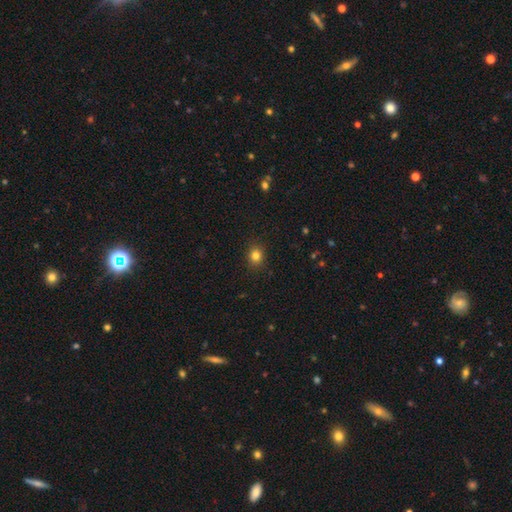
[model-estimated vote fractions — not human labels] The model was most divided on "how rounded": round: 71%, in between: 28%, cigar-shaped: 1%. More confident: merging — none (89%); smooth or featured — smooth (82%).